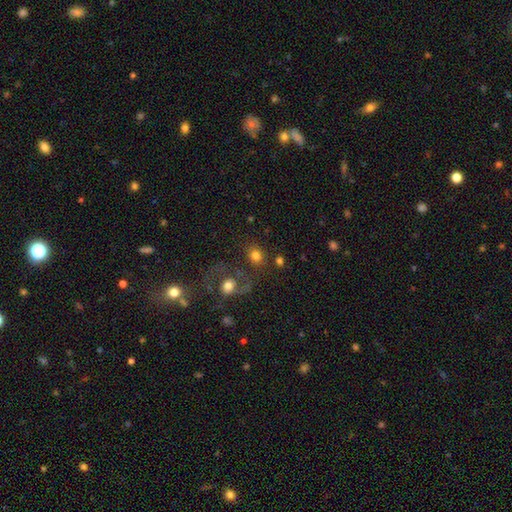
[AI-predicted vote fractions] Smooth or featured?
  - smooth: 79% *
  - star or artifact: 11%
  - featured or disk: 10%
How rounded?
  - round: 66% *
  - in between: 33%
  - cigar-shaped: 1%
Merging?
  - none: 67% *
  - merger: 14%
  - minor disturbance: 11%
  - major disturbance: 8%